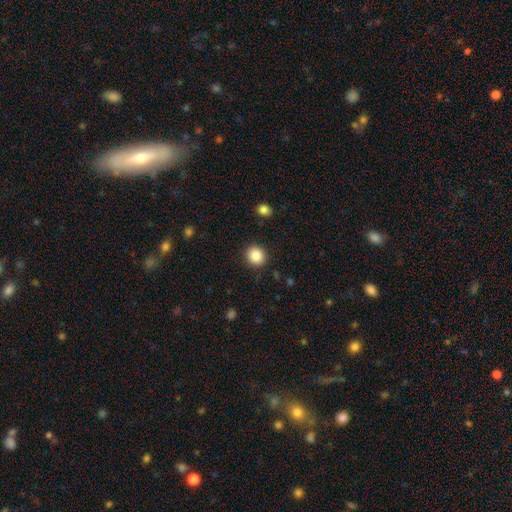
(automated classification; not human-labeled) This is clearly a smooth galaxy (86%). How rounded: clearly round (85%). Merging: clearly none (91%).